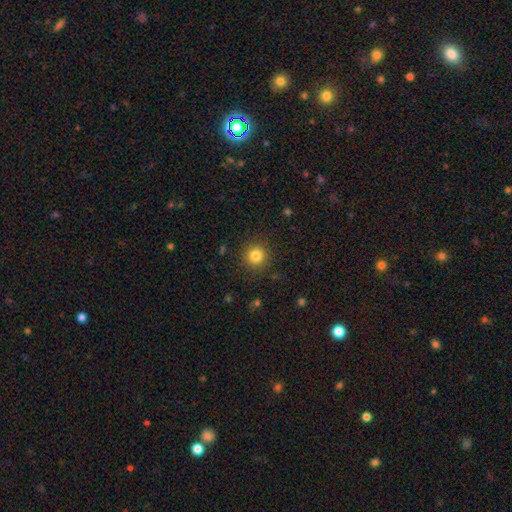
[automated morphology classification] smooth_or_featured: smooth (p=0.83) [alt: star or artifact p=0.12]
how_rounded: round (p=0.94) [alt: in between p=0.05]
merging: none (p=0.89) [alt: minor disturbance p=0.07]